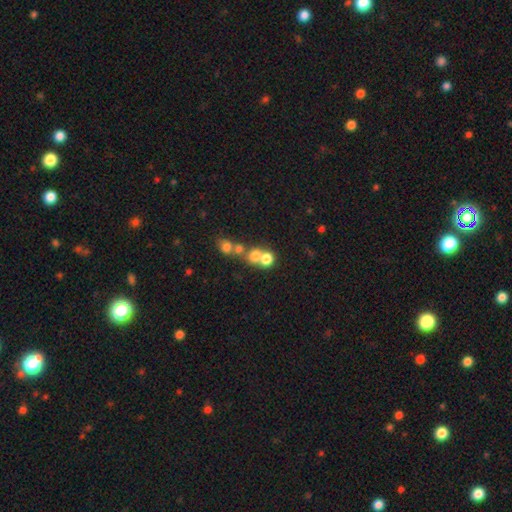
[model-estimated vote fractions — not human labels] smooth_or_featured: smooth (p=0.67) [alt: star or artifact p=0.17]
how_rounded: round (p=0.76) [alt: in between p=0.23]
merging: merger (p=0.54) [alt: none p=0.35]